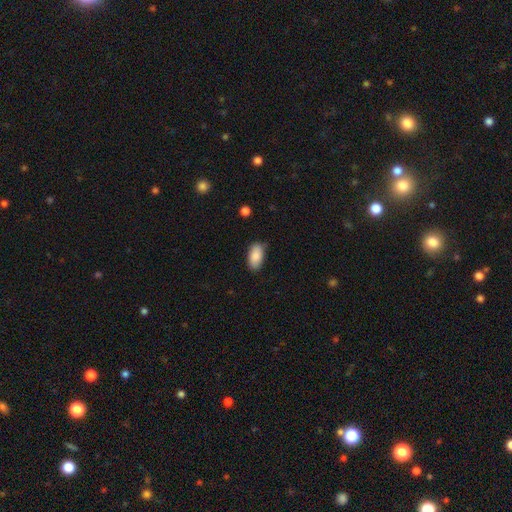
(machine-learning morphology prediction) This is clearly a smooth galaxy (88%). How rounded: clearly in between (94%). Merging: clearly none (82%).